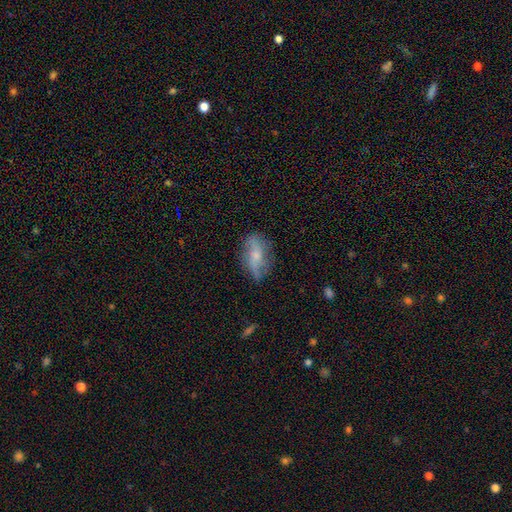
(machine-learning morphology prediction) Smooth or featured?
  - featured or disk: 54% *
  - smooth: 38%
  - star or artifact: 8%
Edge-on disk?
  - no: 83% *
  - yes: 17%
Merging?
  - none: 65% *
  - minor disturbance: 25%
  - major disturbance: 8%
  - merger: 2%